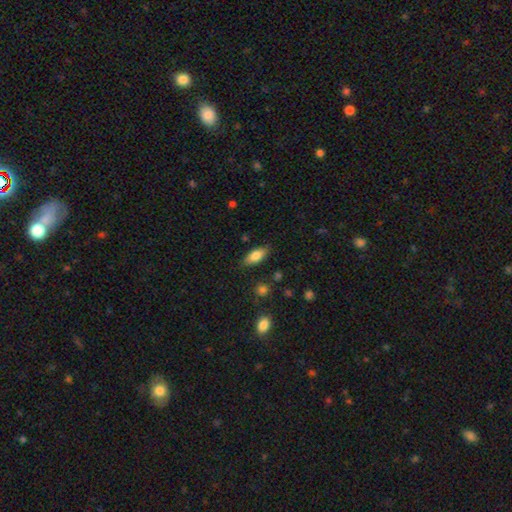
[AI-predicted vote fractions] Overall: smooth (78%). How rounded: in between (80%). Merging: none (83%).